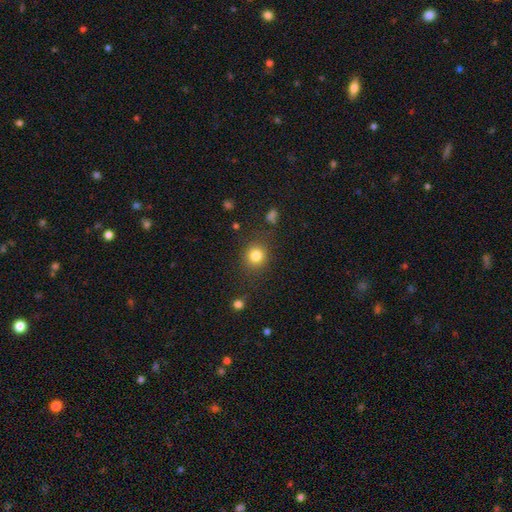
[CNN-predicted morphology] A smooth galaxy with no disk features (83%) that is round (86%). Merging: none (84%).